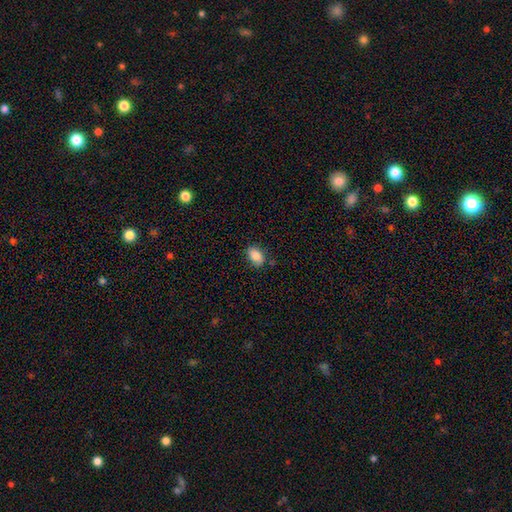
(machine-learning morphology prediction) Q: Smooth or featured?
A: smooth (86%); runner-up: star or artifact (8%)
Q: How rounded?
A: in between (85%); runner-up: round (14%)
Q: Merging?
A: none (79%); runner-up: minor disturbance (16%)